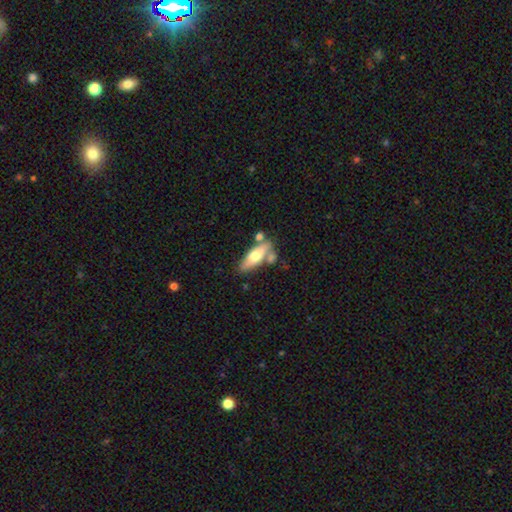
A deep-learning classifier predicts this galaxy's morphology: smooth 60%, featured or disk 35%, star or artifact 6%. Down the decision tree: how rounded — in between (57%); merging — none (56%).